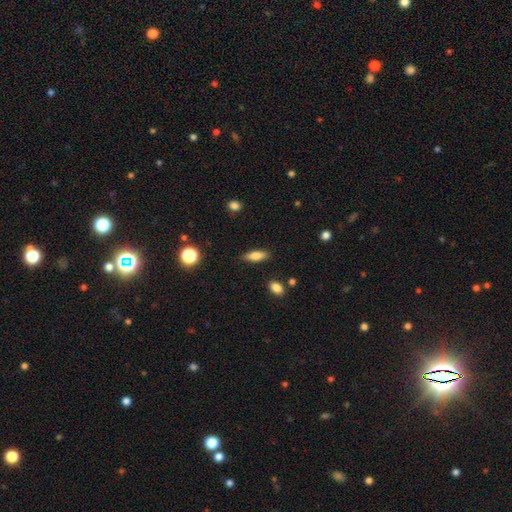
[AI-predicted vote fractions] Smooth or featured? Predicted: smooth (p=0.78). How rounded? Predicted: in between (p=0.60). Merging? Predicted: none (p=0.86).